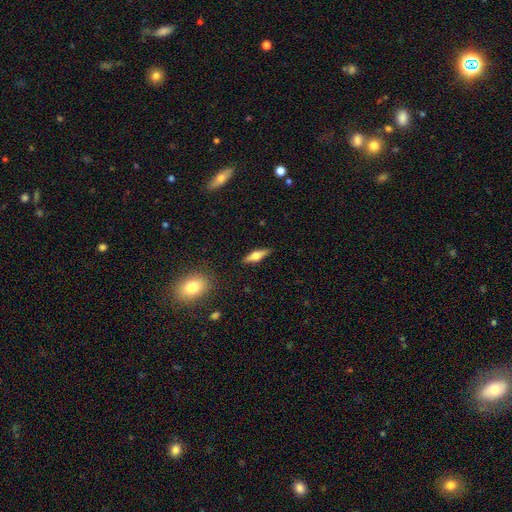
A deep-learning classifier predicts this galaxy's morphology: smooth-or-featured: featured or disk: 53% | smooth: 40% | star or artifact: 7%
  disk-edge-on: yes: 94% | no: 6%
  merging: none: 88% | minor disturbance: 9% | major disturbance: 2% | merger: 1%